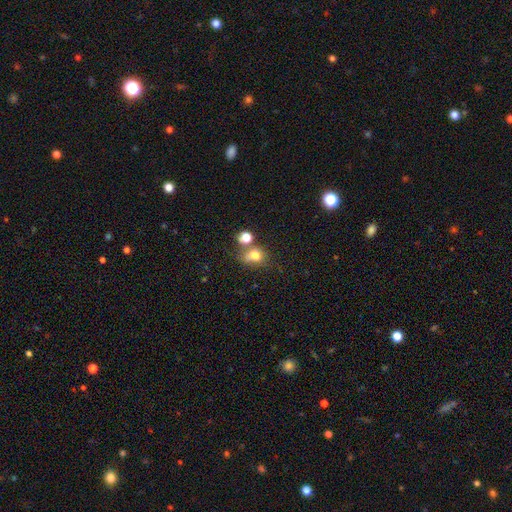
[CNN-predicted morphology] This is likely a smooth galaxy (72%). How rounded: possibly round (54%). Merging: marginally merger (38%, tied with none).